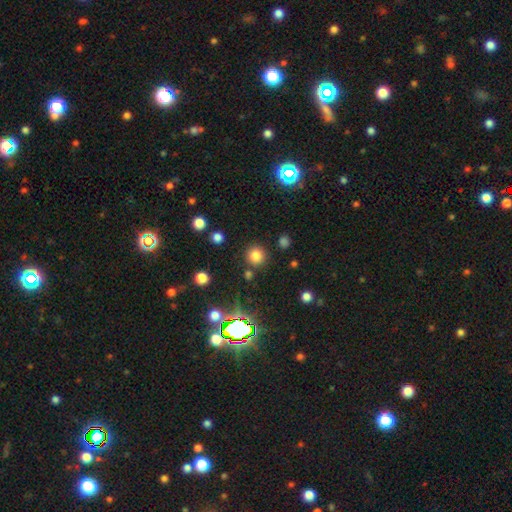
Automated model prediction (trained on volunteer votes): A smooth galaxy with no disk features (77%) that is round (93%).

Vote fractions:
- Smooth or featured? smooth: 77% / star or artifact: 17% / featured or disk: 6%
- How rounded? round: 93% / in between: 6% / cigar-shaped: 1%
- Merging? none: 85% / minor disturbance: 7% / merger: 5% / major disturbance: 3%